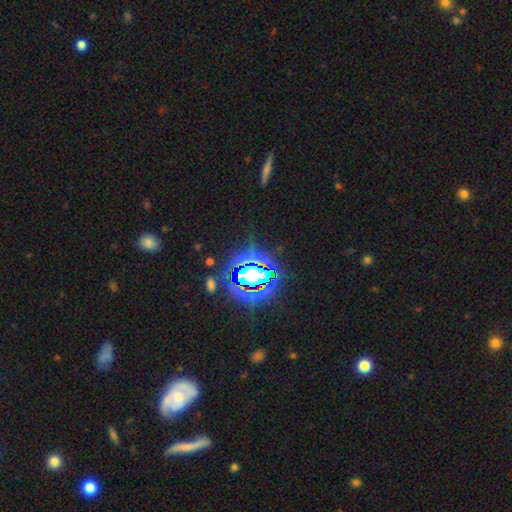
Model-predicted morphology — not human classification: Smooth or featured? star or artifact (81%)